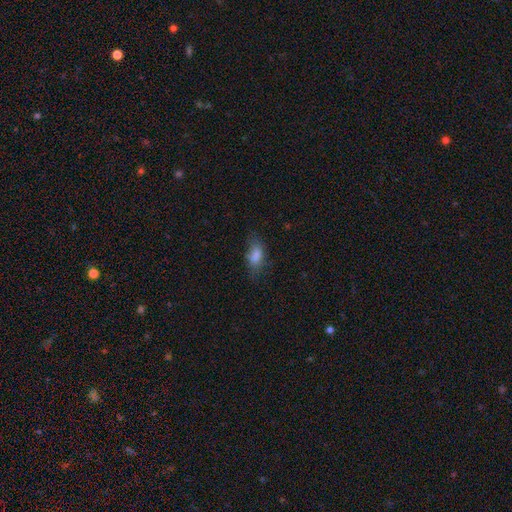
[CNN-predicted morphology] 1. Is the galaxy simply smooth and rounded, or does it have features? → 78% smooth, 12% featured or disk, 11% star or artifact.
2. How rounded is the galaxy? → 86% in between, 7% cigar-shaped, 7% round.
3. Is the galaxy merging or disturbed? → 55% none, 27% minor disturbance, 15% major disturbance, 2% merger.